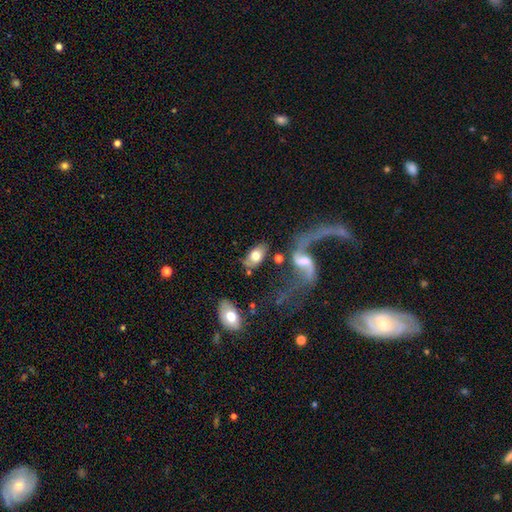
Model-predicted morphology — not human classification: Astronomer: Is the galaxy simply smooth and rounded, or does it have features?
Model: smooth — 63%.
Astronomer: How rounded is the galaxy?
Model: in between — 91%.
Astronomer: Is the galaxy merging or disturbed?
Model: none — 57%.